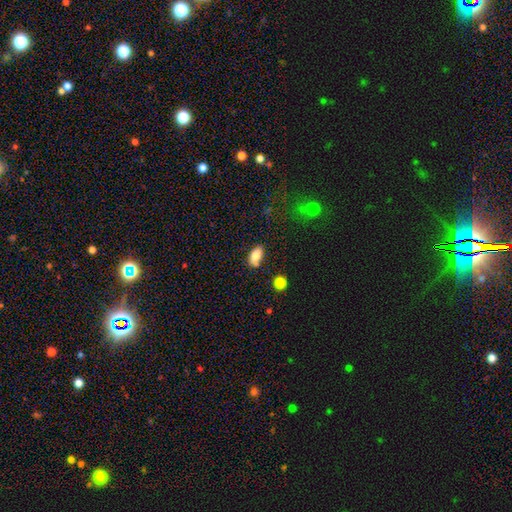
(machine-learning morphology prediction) Overall: smooth (79%). How rounded: in between (90%). Merging: none (69%).